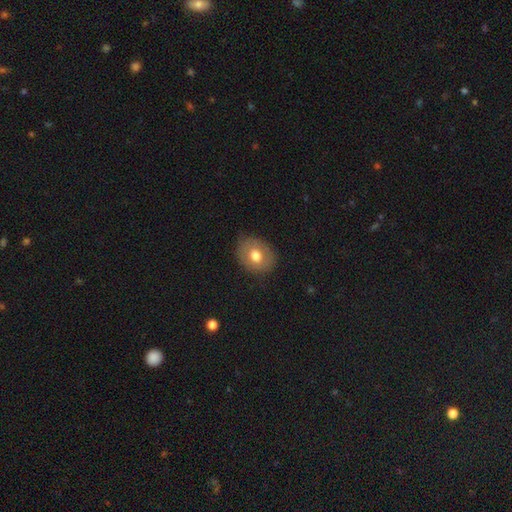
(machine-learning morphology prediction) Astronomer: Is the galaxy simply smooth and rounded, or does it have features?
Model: smooth — 69%.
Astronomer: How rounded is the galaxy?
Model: in between — 50% (runner-up: round, 49%).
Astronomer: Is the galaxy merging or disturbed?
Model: none — 82%.